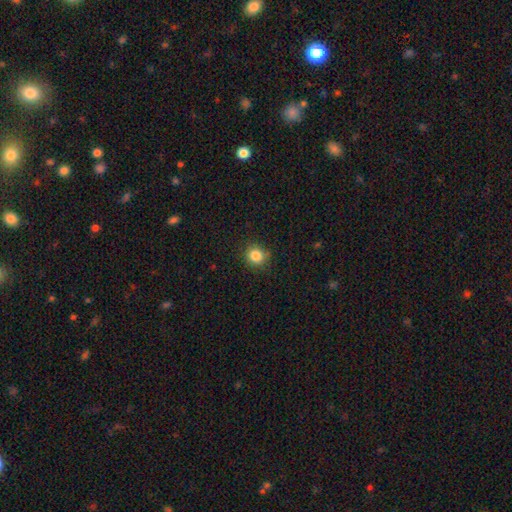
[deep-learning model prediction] Overall: smooth (84%). How rounded: round (85%). Merging: none (85%).